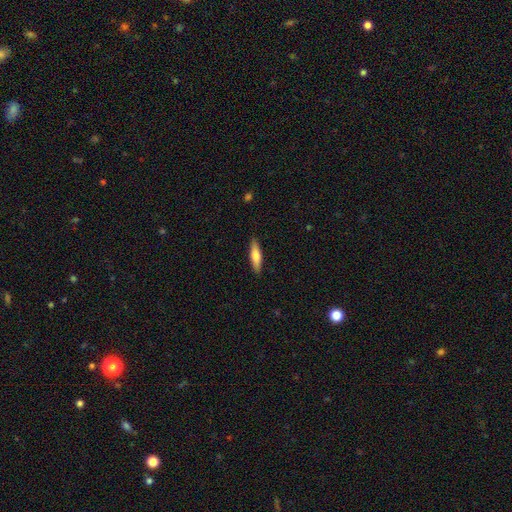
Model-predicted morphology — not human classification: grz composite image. It shows a smooth galaxy with no disk features (70%) that is cigar-shaped (73%). Merging: none (88%).